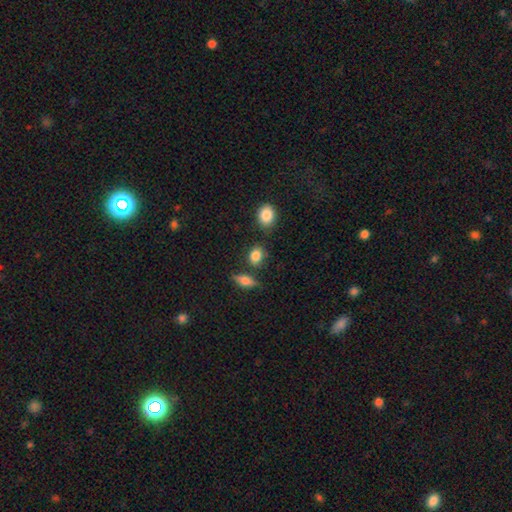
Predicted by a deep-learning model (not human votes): Smooth or featured: smooth — 83% (star or artifact — 10%)
How rounded: in between — 54% (round — 43%)
Merging: none — 72% (minor disturbance — 16%)